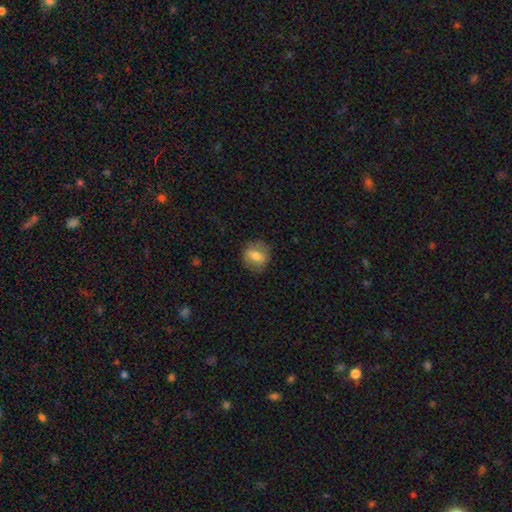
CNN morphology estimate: The model was most divided on "how rounded": round: 60%, in between: 37%, cigar-shaped: 2%. More confident: merging — none (80%); smooth or featured — smooth (61%).